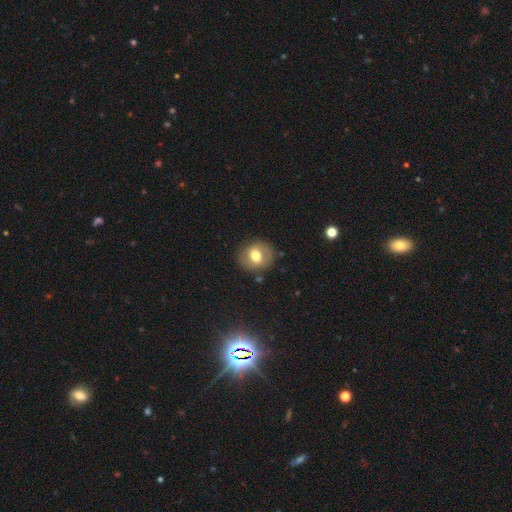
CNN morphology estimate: smooth 59%, featured or disk 32%, star or artifact 9%. Down the decision tree: how rounded — round (73%); merging — none (82%).